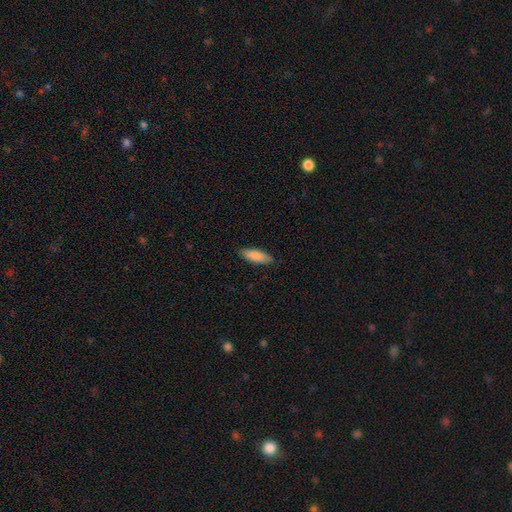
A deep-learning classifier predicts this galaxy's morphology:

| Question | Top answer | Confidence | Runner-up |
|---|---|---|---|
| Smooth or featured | smooth | 87% | featured or disk (8%) |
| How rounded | in between | 55% | cigar-shaped (43%) |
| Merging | none | 87% | minor disturbance (10%) |